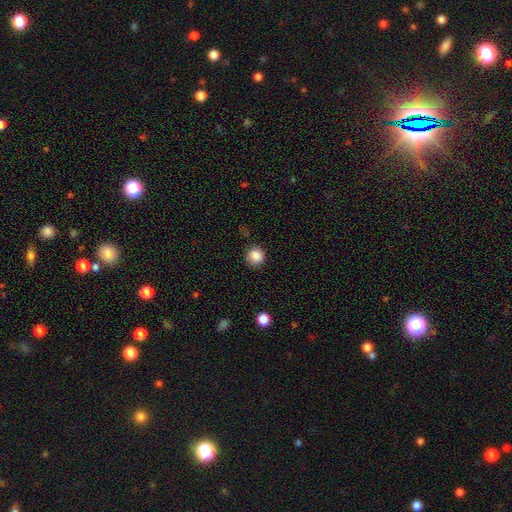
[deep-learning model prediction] Overall: smooth (87%). How rounded: round (93%). Merging: none (87%).